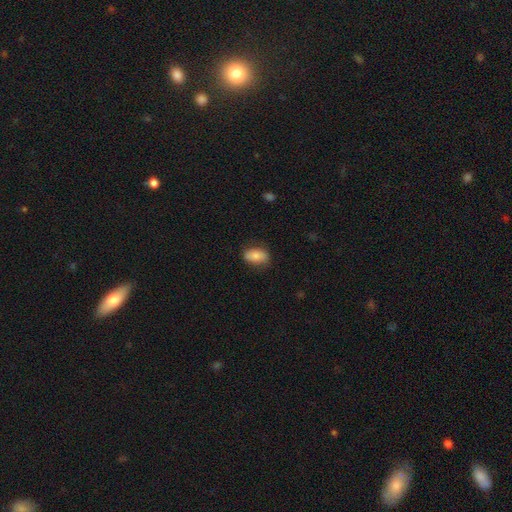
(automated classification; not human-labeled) Morphology: type=smooth (78%); roundness=in between (88%); merging=none (75%).